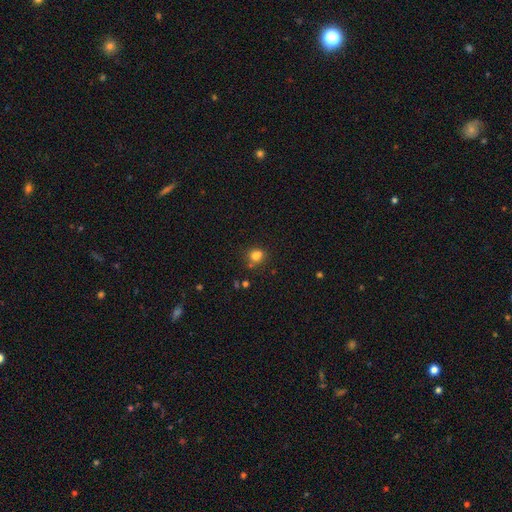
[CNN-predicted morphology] smooth 76%, star or artifact 15%, featured or disk 10%. Down the decision tree: how rounded — round (75%); merging — none (57%).